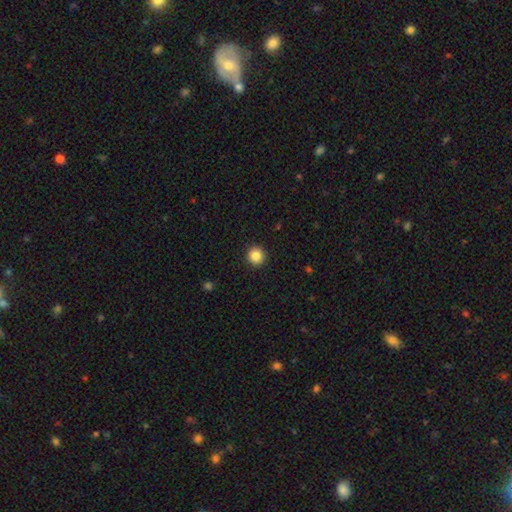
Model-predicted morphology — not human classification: Overall: smooth (86%). How rounded: round (95%). Merging: none (93%).